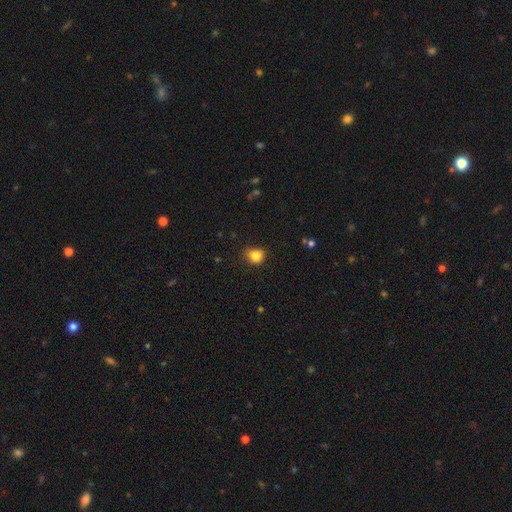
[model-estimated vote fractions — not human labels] Morphology: type=smooth (85%); roundness=round (75%); merging=none (79%).